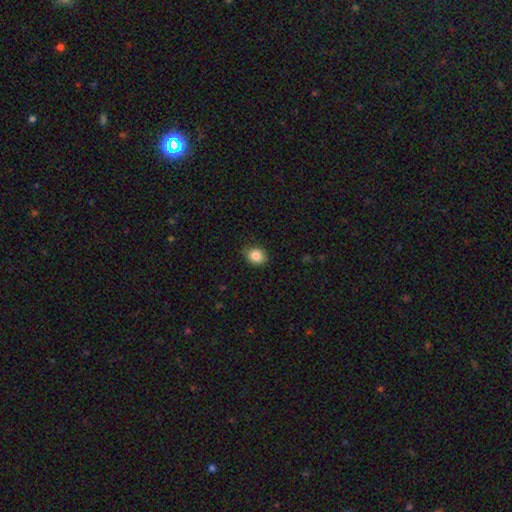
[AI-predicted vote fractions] A smooth galaxy with no disk features (86%) that is round (55%).

Vote fractions:
- Smooth or featured? smooth: 86% / star or artifact: 9% / featured or disk: 5%
- How rounded? round: 55% / in between: 44% / cigar-shaped: 1%
- Merging? none: 85% / minor disturbance: 12% / major disturbance: 2% / merger: 1%